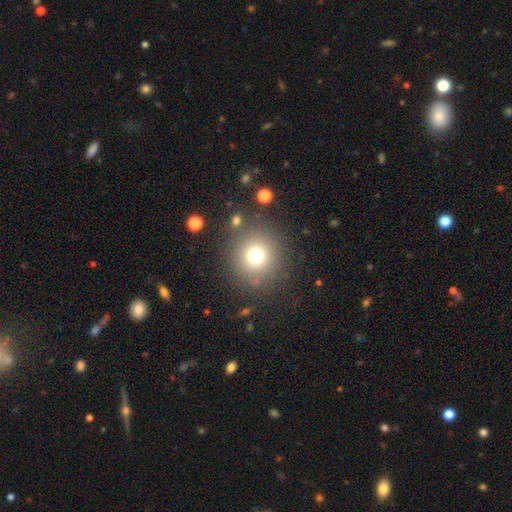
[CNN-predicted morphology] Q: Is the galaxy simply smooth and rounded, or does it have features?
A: smooth — 73%.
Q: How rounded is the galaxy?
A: round — 93%.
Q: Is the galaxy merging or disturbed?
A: none — 83%.